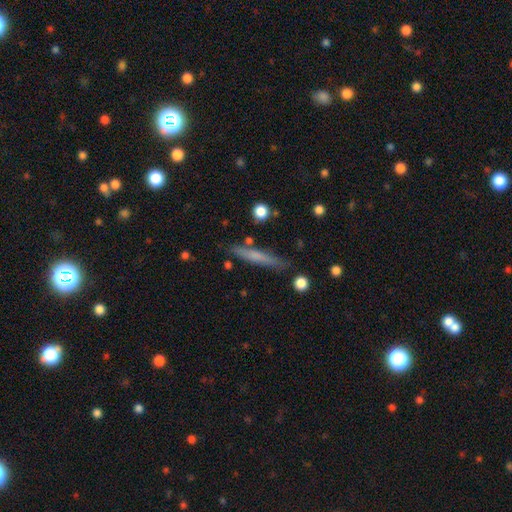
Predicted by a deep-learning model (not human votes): Overall: smooth (58%; featured or disk 35%). How rounded: cigar-shaped (93%). Merging: none (83%).